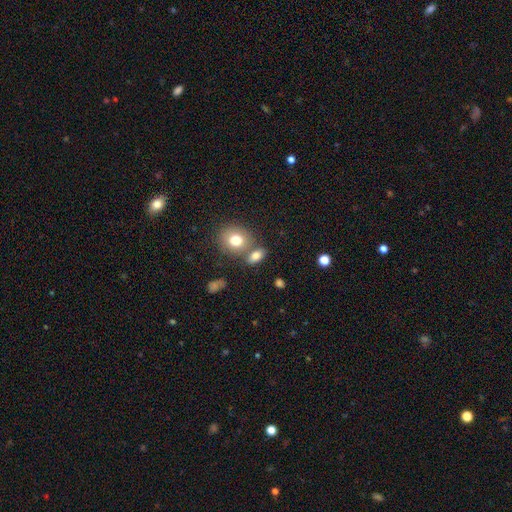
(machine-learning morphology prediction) smooth 78%, featured or disk 11%, star or artifact 10%. Down the decision tree: how rounded — in between (75%); merging — none (59%).